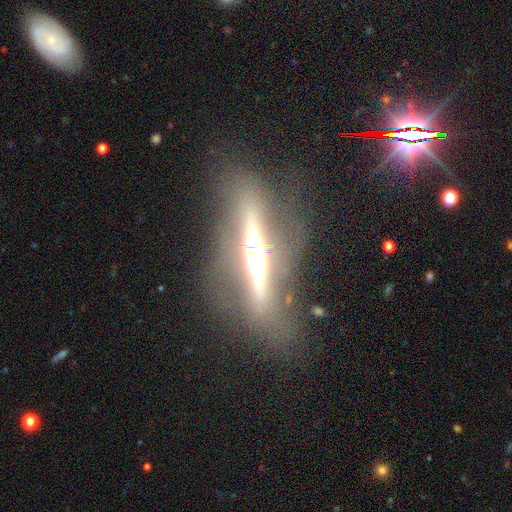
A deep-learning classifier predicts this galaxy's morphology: smooth-or-featured: featured or disk: 80% | smooth: 13% | star or artifact: 7%
  disk-edge-on: yes: 87% | no: 13%
    edge-on-bulge: rounded: 83% | boxy: 11% | none: 6%
  merging: none: 75% | minor disturbance: 13% | major disturbance: 11% | merger: 2%